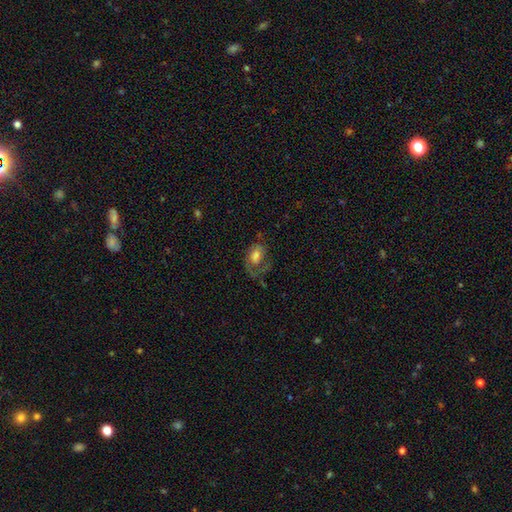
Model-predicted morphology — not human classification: Smooth or featured?
  - featured or disk: 51% *
  - smooth: 39%
  - star or artifact: 10%
Edge-on disk?
  - no: 96% *
  - yes: 4%
Merging?
  - major disturbance: 39% *
  - none: 36%
  - minor disturbance: 21%
  - merger: 4%